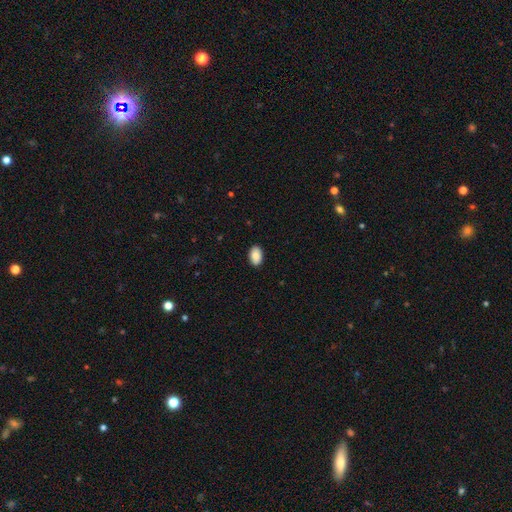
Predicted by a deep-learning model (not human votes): Smooth or featured? Predicted: smooth (p=0.86). How rounded? Predicted: in between (p=0.92). Merging? Predicted: none (p=0.89).